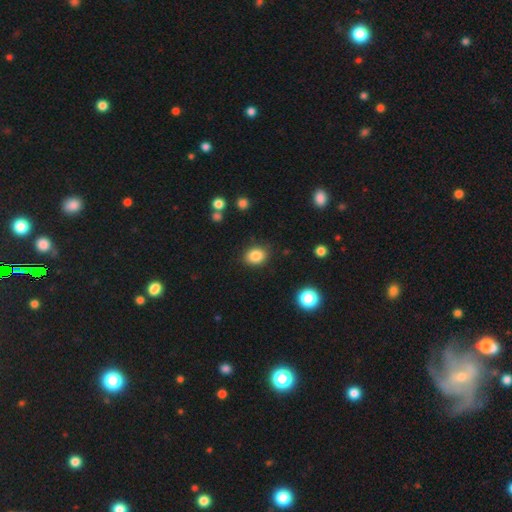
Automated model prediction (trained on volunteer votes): This appears to be a smooth galaxy with no disk features (85%) that is in between round and cigar-shaped (51%). Merging: none (86%).